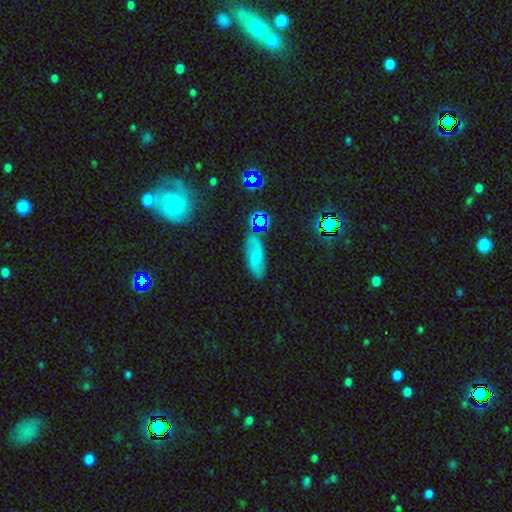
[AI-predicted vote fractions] This is marginally a featured or disk galaxy (44%, tied with smooth). Merging: likely none (77%).